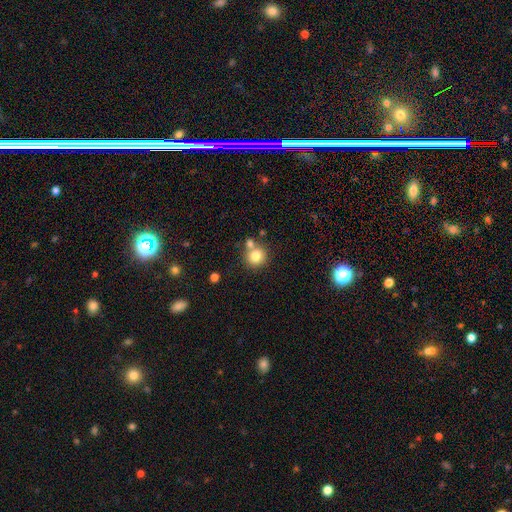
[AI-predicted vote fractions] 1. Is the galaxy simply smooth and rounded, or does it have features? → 80% smooth, 11% star or artifact, 10% featured or disk.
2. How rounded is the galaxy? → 88% round, 11% in between, 1% cigar-shaped.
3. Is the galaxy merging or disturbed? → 61% none, 26% merger, 9% minor disturbance, 3% major disturbance.